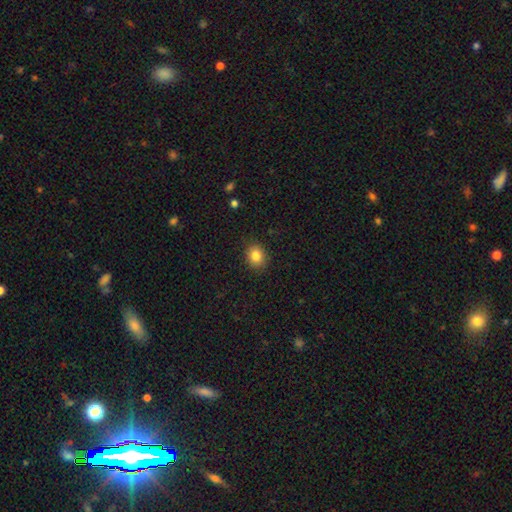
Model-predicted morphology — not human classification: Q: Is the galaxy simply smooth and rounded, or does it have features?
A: smooth — 84%.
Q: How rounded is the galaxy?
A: round — 58%.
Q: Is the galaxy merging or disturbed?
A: none — 87%.